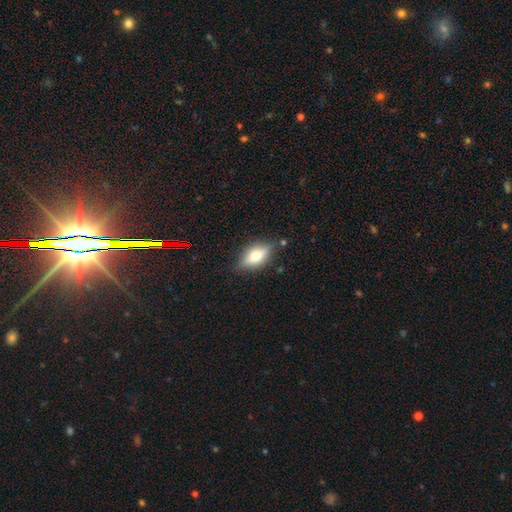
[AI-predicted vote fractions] Morphology: type=smooth (47%); merging=none (81%).